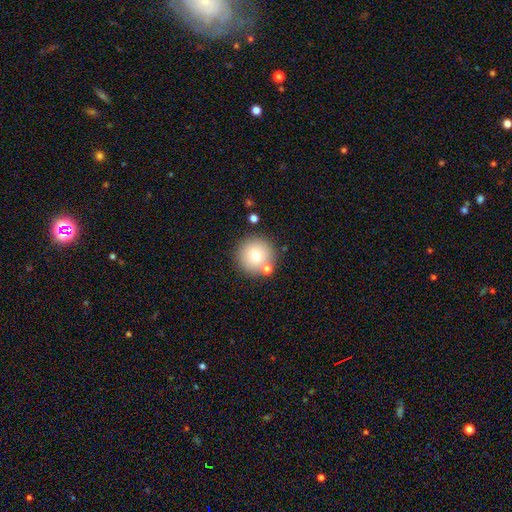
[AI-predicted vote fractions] Smooth or featured? Predicted: smooth (p=0.74). How rounded? Predicted: round (p=0.96). Merging? Predicted: none (p=0.80).